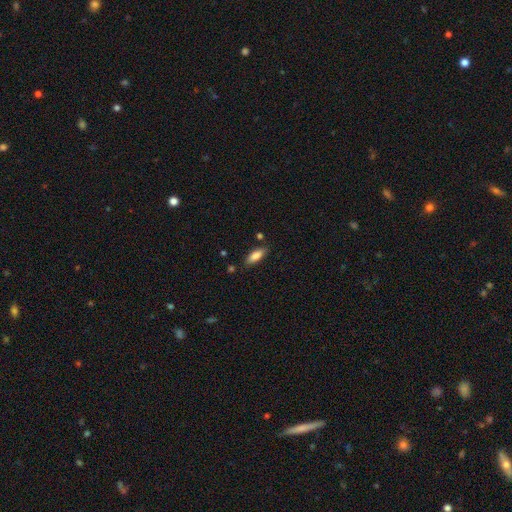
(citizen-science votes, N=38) Smooth or featured? smooth (87%)
How rounded? in between (82%)
Merging? none (89%)